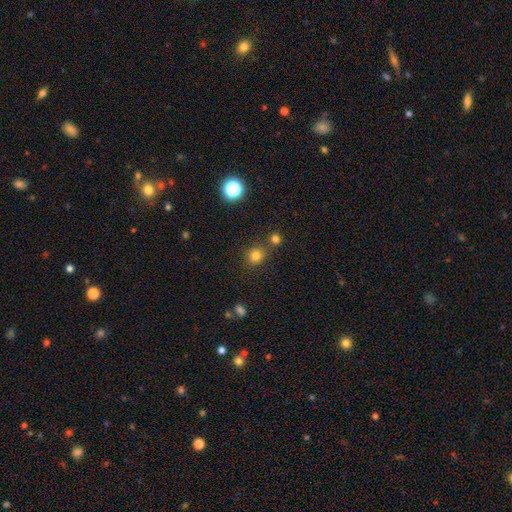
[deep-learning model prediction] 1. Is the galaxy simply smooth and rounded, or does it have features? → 78% smooth, 16% star or artifact, 6% featured or disk.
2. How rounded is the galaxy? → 85% round, 14% in between, 1% cigar-shaped.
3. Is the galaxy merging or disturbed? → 73% none, 15% merger, 9% minor disturbance, 3% major disturbance.